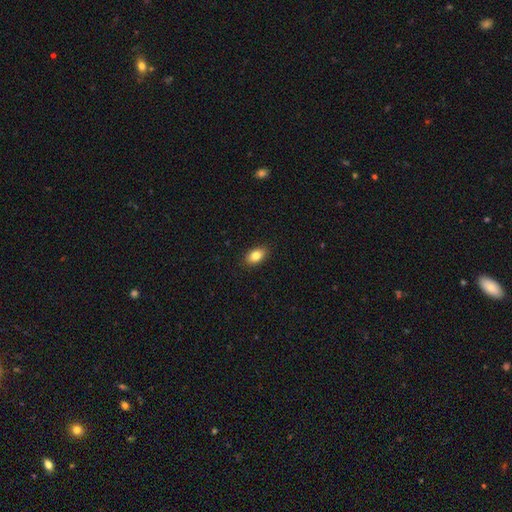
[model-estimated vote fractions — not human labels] Smooth or featured: smooth — 83% (featured or disk — 9%)
How rounded: in between — 88% (round — 10%)
Merging: none — 89% (minor disturbance — 8%)